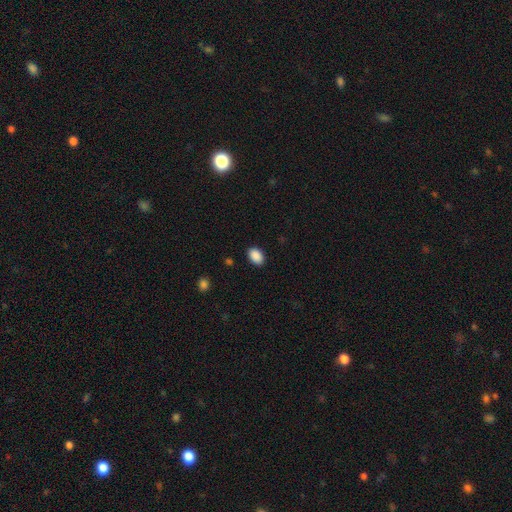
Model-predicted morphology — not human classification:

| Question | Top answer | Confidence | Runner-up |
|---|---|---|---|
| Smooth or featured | smooth | 90% | star or artifact (8%) |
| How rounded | in between | 84% | round (15%) |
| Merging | none | 88% | minor disturbance (9%) |